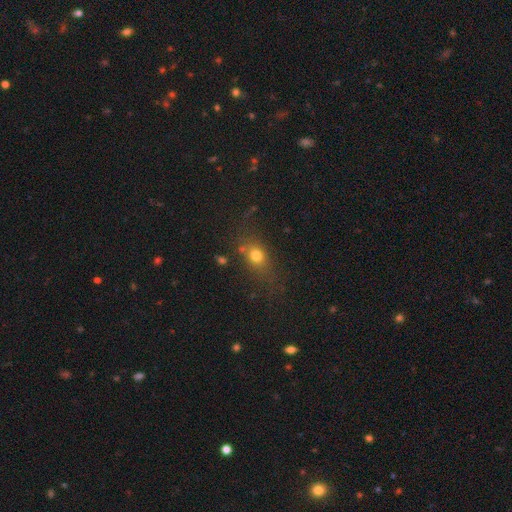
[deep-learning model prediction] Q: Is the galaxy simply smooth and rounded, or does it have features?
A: smooth — 72%.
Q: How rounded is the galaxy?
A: in between — 48%.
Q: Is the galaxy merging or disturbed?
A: none — 68%.